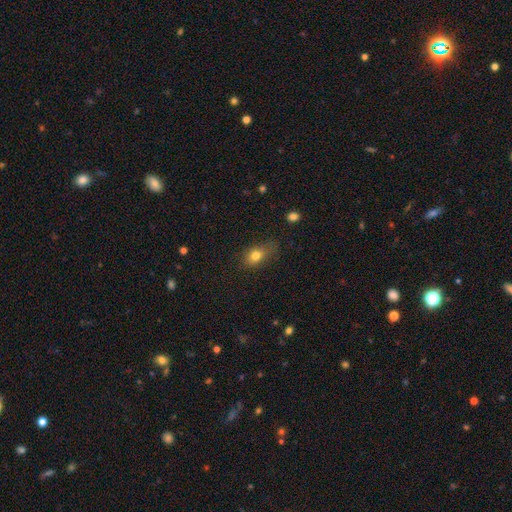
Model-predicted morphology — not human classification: The model was most divided on "merging": none: 60%, minor disturbance: 27%, major disturbance: 10%, merger: 2%. More confident: smooth or featured — smooth (79%); how rounded — in between (67%).